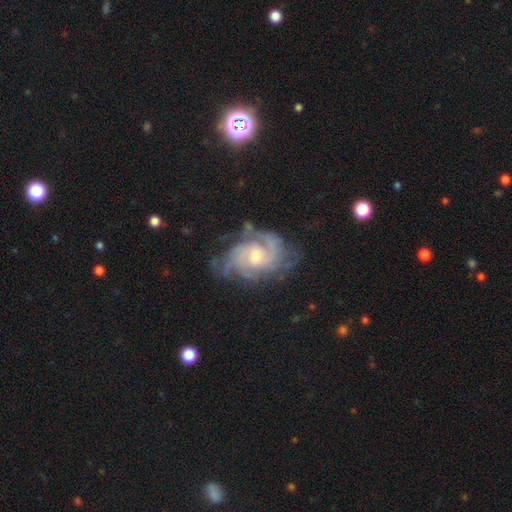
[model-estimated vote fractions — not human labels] This is clearly a featured or disk galaxy (89%). It is clearly not viewed edge-on (97%). Bar: possibly no (52%). Spiral arm pattern: clearly yes (97%). Spiral arm count: marginally 3 (28%). Spiral winding: possibly tight (55%). Central bulge: possibly moderate (53%). Merging: likely none (68%).